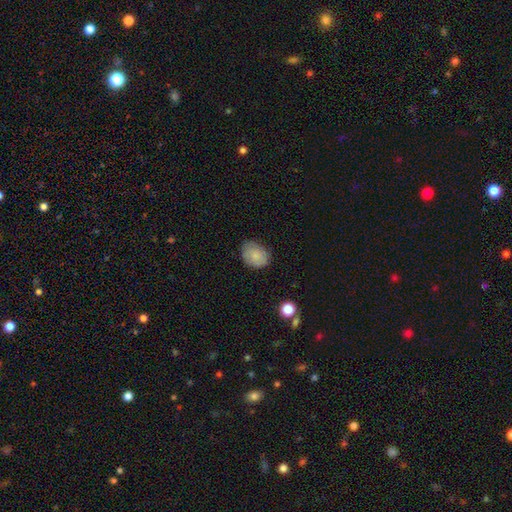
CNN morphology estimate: The model was most divided on "how rounded": in between: 61%, round: 38%, cigar-shaped: 1%. More confident: smooth or featured — smooth (83%); merging — none (73%).